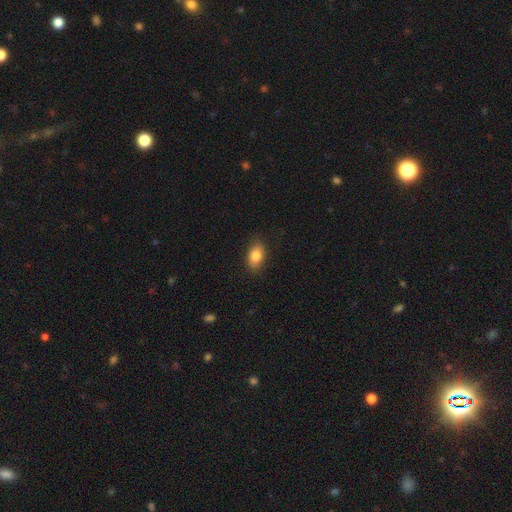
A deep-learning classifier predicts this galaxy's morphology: Smooth or featured?
  - smooth: 84% *
  - featured or disk: 8%
  - star or artifact: 8%
How rounded?
  - in between: 88% *
  - round: 10%
  - cigar-shaped: 2%
Merging?
  - none: 86% *
  - minor disturbance: 11%
  - major disturbance: 2%
  - merger: 1%